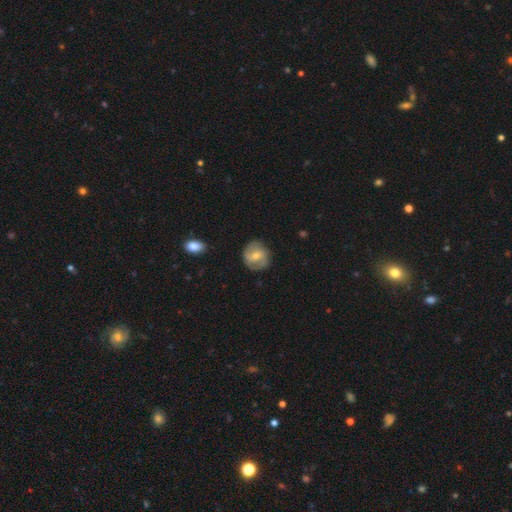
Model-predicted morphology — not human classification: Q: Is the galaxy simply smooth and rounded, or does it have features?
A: featured or disk — 60%.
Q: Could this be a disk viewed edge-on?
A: no — 97%.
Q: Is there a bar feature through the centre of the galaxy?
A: weak — 47%.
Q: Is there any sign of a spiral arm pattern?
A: yes — 83%.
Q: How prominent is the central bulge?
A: moderate — 51%.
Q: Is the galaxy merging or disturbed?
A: none — 81%.